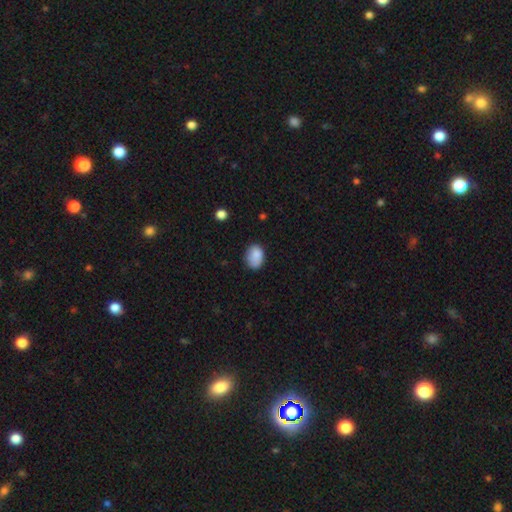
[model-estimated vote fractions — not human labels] The model was most divided on "how rounded": in between: 73%, round: 26%, cigar-shaped: 1%. More confident: smooth or featured — smooth (87%); merging — none (72%).